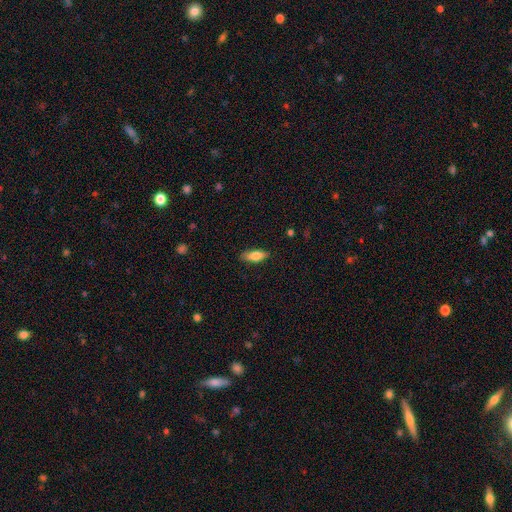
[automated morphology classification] Overall: smooth (76%). How rounded: in between (73%). Merging: none (83%).